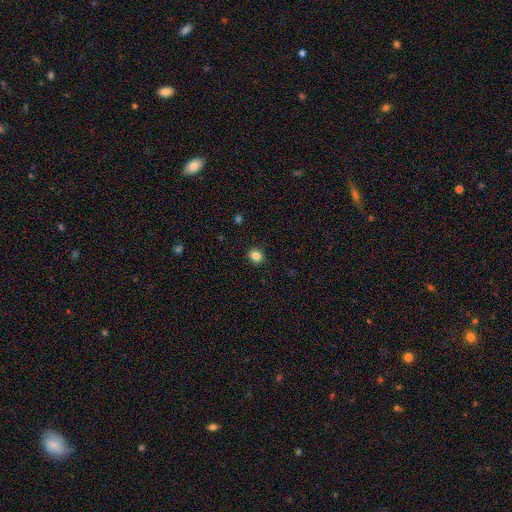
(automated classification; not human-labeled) Q: Smooth or featured?
A: smooth (85%); runner-up: star or artifact (11%)
Q: How rounded?
A: round (71%); runner-up: in between (28%)
Q: Merging?
A: none (90%); runner-up: minor disturbance (7%)